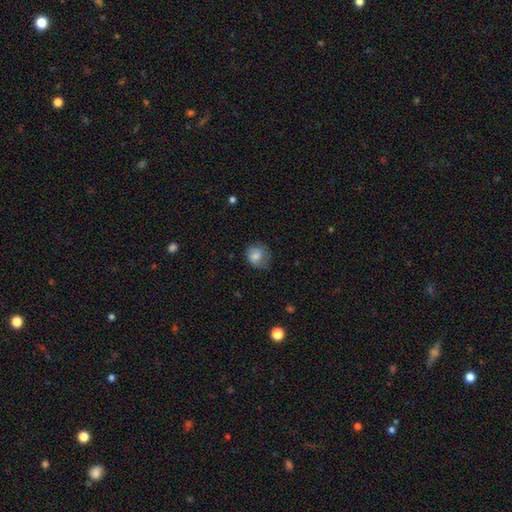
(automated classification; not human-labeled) smooth 72%, featured or disk 20%, star or artifact 8%. Down the decision tree: how rounded — round (73%); merging — none (59%).